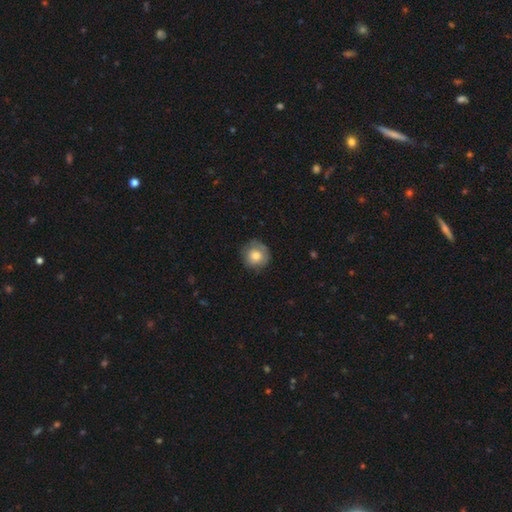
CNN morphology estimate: smooth 76%, featured or disk 16%, star or artifact 8%. Down the decision tree: how rounded — round (91%); merging — none (75%).